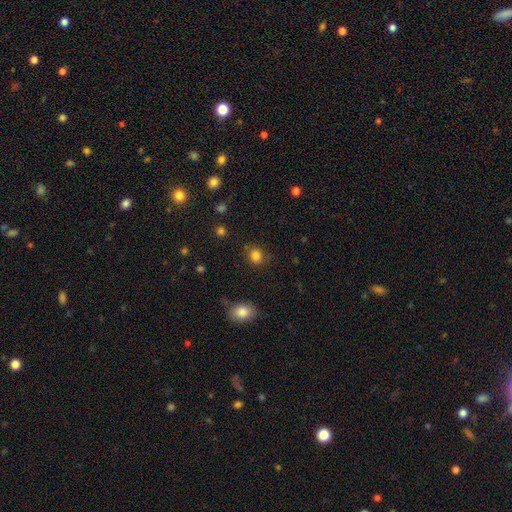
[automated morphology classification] A smooth galaxy with no disk features (84%) that is round (75%). Merging: none (83%).